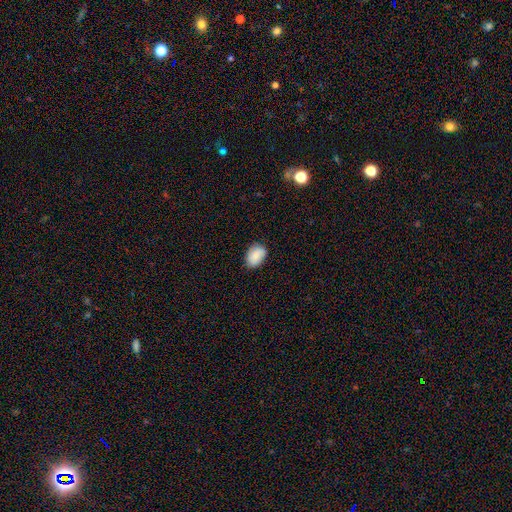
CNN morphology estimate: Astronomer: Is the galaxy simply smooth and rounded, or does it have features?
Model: smooth — 82%.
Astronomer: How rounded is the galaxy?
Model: in between — 80%.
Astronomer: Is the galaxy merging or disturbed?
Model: none — 79%.